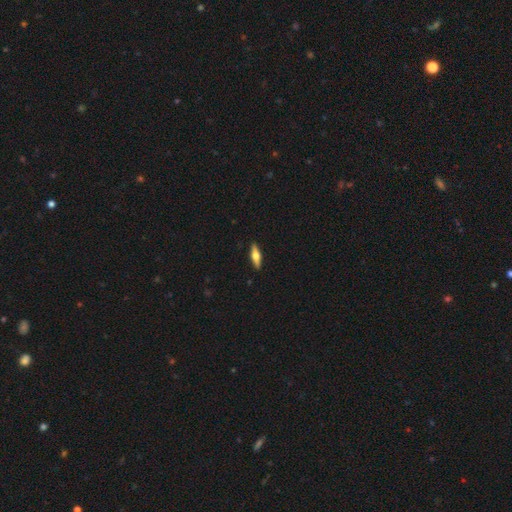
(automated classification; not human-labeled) Smooth or featured: featured or disk — 53% (smooth — 42%)
Edge-on disk: yes — 95% (no — 5%)
Merging: none — 91% (minor disturbance — 7%)